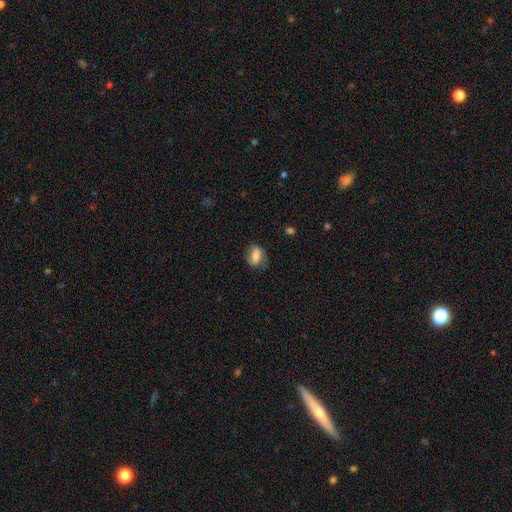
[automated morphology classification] Overall: smooth (62%; featured or disk 30%). How rounded: in between (78%). Merging: none (65%).